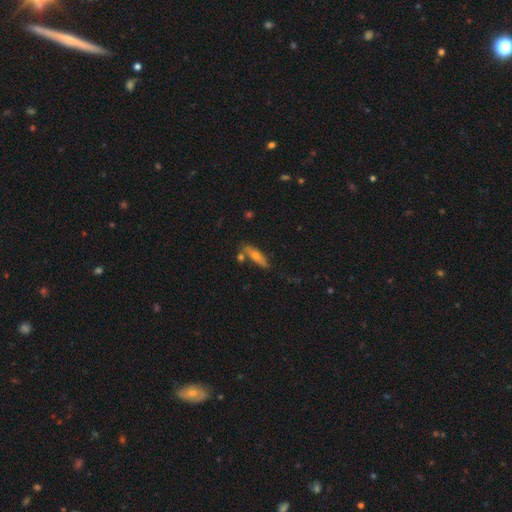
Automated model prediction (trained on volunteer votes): Smooth or featured?
  - smooth: 52% *
  - featured or disk: 39%
  - star or artifact: 9%
How rounded?
  - cigar-shaped: 67% *
  - in between: 30%
  - round: 3%
Merging?
  - none: 70% *
  - minor disturbance: 16%
  - merger: 10%
  - major disturbance: 4%